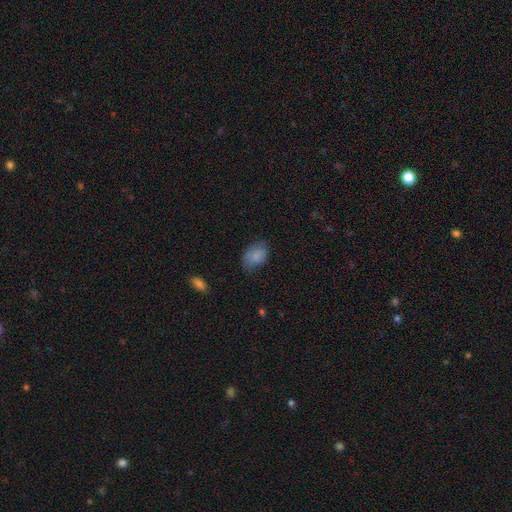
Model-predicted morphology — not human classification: A smooth galaxy with no disk features (85%) that is in between round and cigar-shaped (81%). Merging: none (68%).